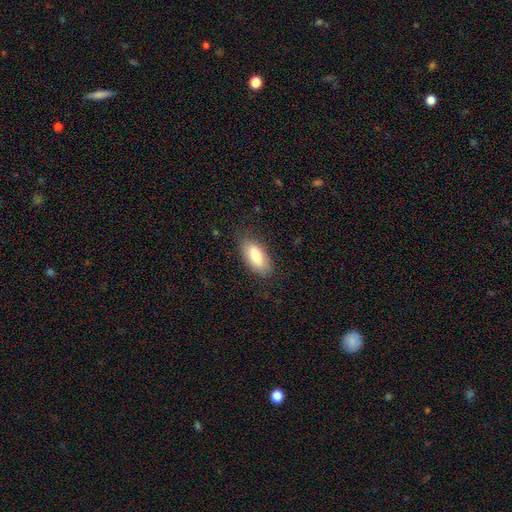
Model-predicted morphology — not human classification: Overall: smooth (81%). How rounded: in between (87%). Merging: none (82%).